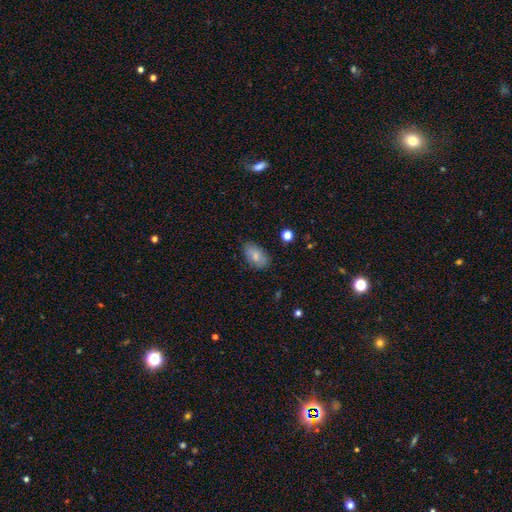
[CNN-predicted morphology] Smooth or featured? Predicted: smooth (p=0.79). How rounded? Predicted: in between (p=0.92). Merging? Predicted: none (p=0.77).